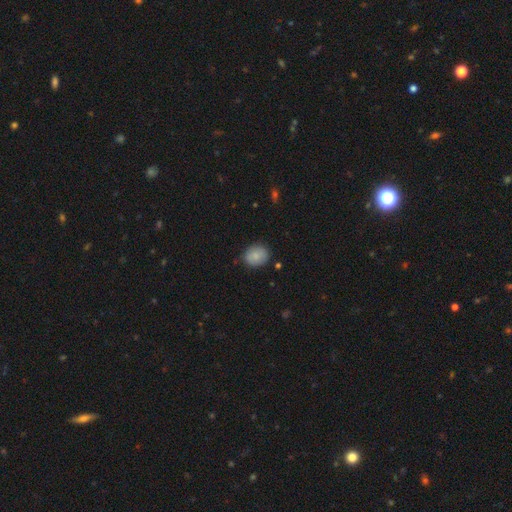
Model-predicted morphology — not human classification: The model was most divided on "how rounded": round: 64%, in between: 35%, cigar-shaped: 1%. More confident: smooth or featured — smooth (81%); merging — none (80%).